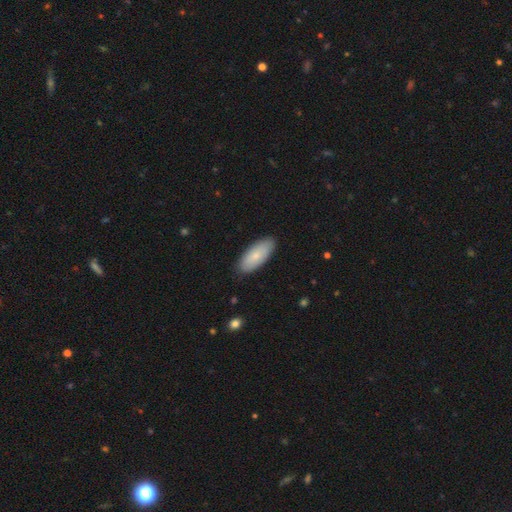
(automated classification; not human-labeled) Smooth or featured? Predicted: smooth (p=0.78). How rounded? Predicted: in between (p=0.85). Merging? Predicted: none (p=0.87).